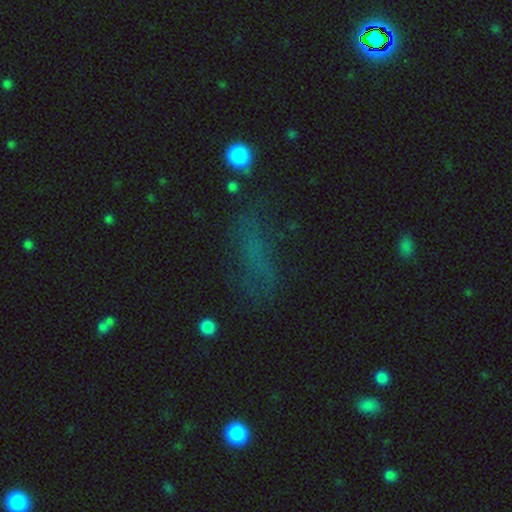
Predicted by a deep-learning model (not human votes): A smooth galaxy with no disk features (50%) that is cigar-shaped (49%).

Vote fractions:
- Smooth or featured? smooth: 50% / star or artifact: 29% / featured or disk: 21%
- How rounded? cigar-shaped: 49% / in between: 45% / round: 7%
- Merging? none: 63% / minor disturbance: 19% / major disturbance: 14% / merger: 4%